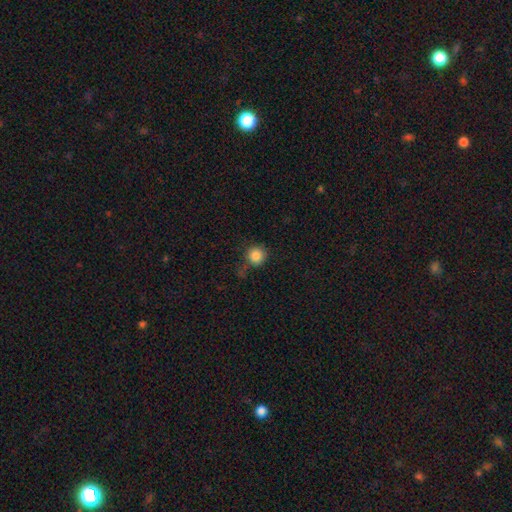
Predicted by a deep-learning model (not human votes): smooth 85%, star or artifact 10%, featured or disk 5%. Down the decision tree: how rounded — round (93%); merging — none (73%).